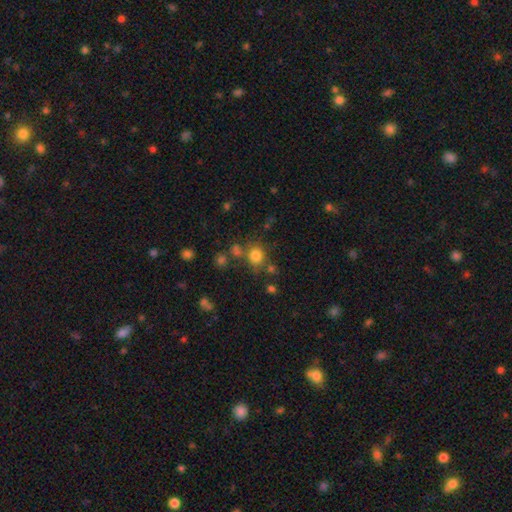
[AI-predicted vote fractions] Smooth or featured? Predicted: smooth (p=0.77). How rounded? Predicted: round (p=0.85). Merging? Predicted: none (p=0.71).